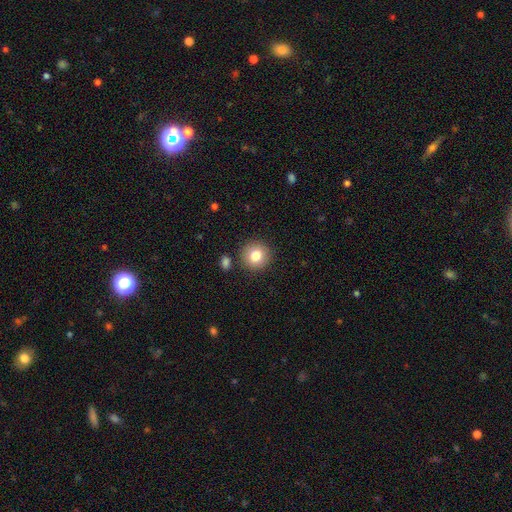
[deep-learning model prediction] smooth 81%, star or artifact 10%, featured or disk 9%. Down the decision tree: how rounded — round (92%); merging — none (87%).